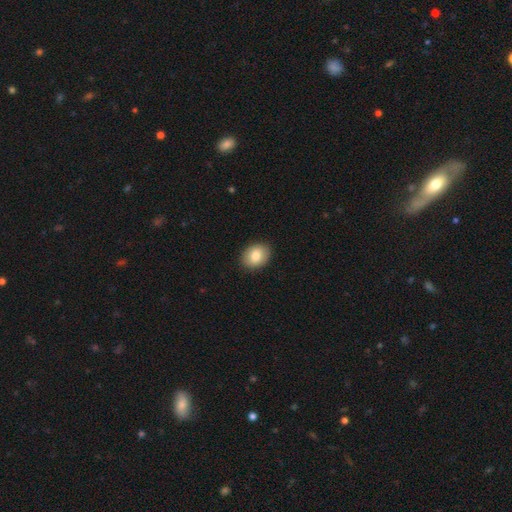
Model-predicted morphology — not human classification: The model was most divided on "how rounded": in between: 64%, round: 35%, cigar-shaped: 1%. More confident: merging — none (90%); smooth or featured — smooth (81%).